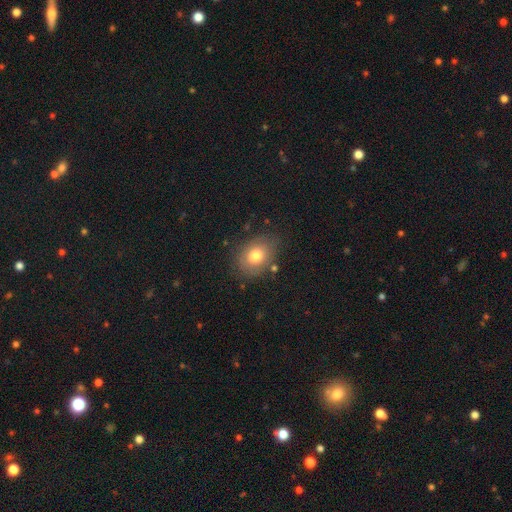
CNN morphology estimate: Smooth or featured? Predicted: smooth (p=0.75). How rounded? Predicted: in between (p=0.63). Merging? Predicted: none (p=0.75).